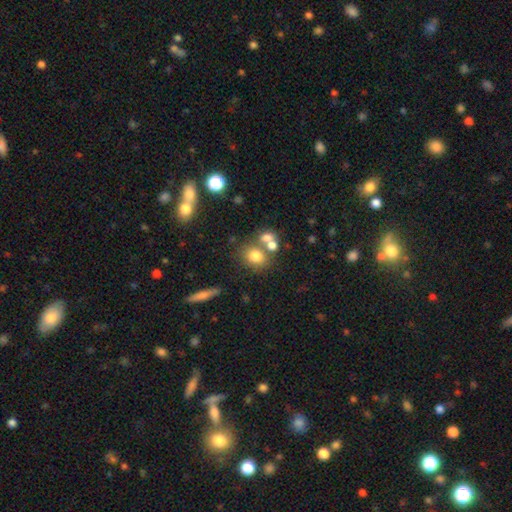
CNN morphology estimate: type=smooth (73%); roundness=round (61%); merging=none (51%).